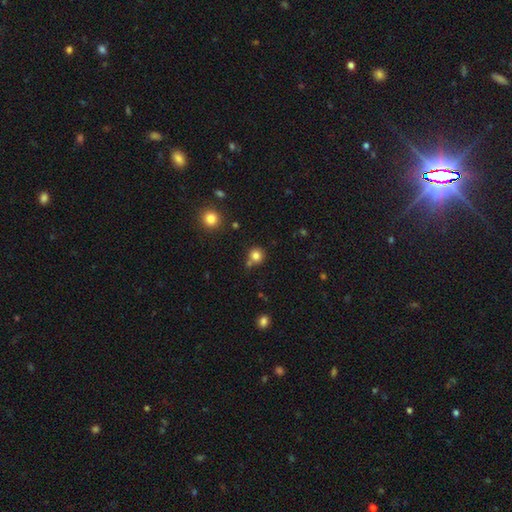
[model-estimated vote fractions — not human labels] Smooth or featured? Predicted: smooth (p=0.81). How rounded? Predicted: round (p=0.90). Merging? Predicted: none (p=0.69).